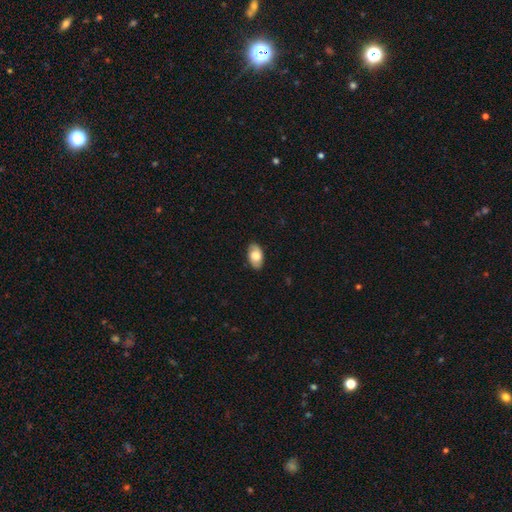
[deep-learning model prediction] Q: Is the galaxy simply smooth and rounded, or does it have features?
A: smooth — 70%.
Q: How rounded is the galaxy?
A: in between — 93%.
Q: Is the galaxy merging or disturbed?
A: none — 85%.